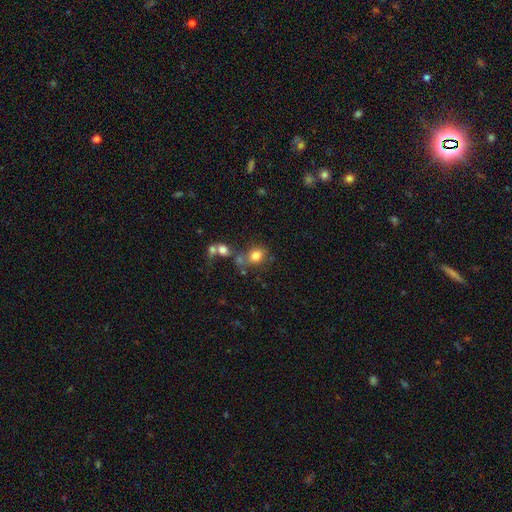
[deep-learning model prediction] Smooth or featured: smooth — 78% (star or artifact — 12%)
How rounded: round — 55% (in between — 44%)
Merging: none — 53% (merger — 26%)